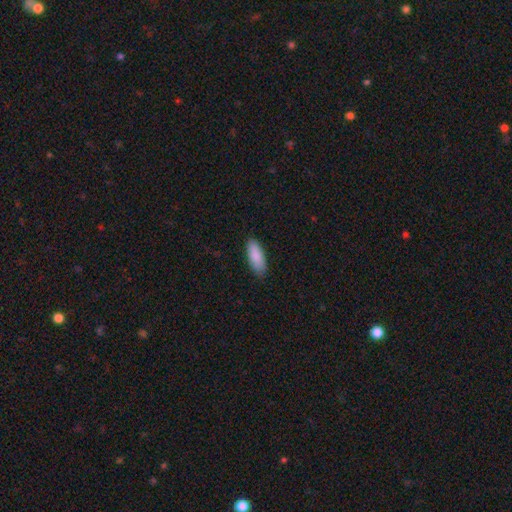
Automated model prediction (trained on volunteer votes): Smooth or featured? smooth (89%)
How rounded? in between (80%)
Merging? none (86%)